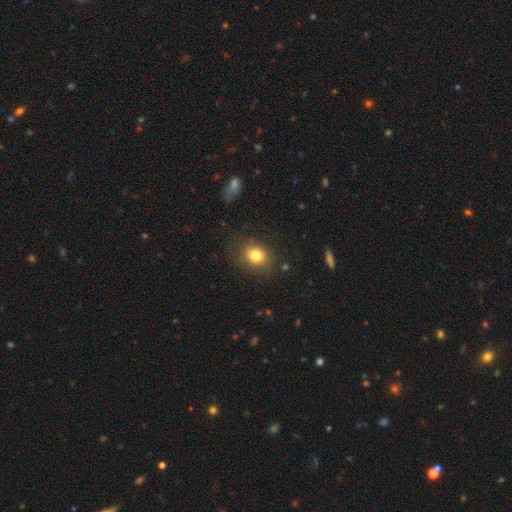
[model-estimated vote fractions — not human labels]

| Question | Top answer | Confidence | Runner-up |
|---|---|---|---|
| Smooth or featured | smooth | 80% | star or artifact (12%) |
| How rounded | round | 65% | in between (35%) |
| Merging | none | 81% | minor disturbance (12%) |